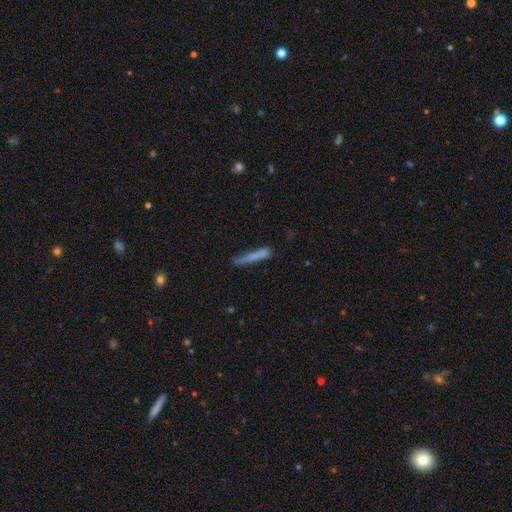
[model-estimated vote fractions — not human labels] The model was most divided on "smooth or featured": smooth: 65%, featured or disk: 27%, star or artifact: 8%. More confident: how rounded — cigar-shaped (94%); merging — none (65%).